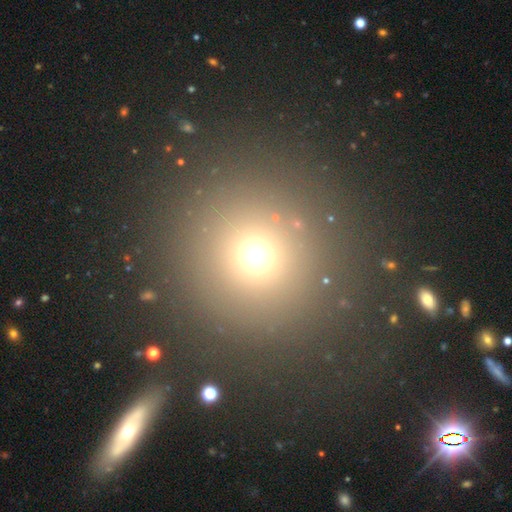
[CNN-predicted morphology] Overall: smooth (67%). How rounded: round (95%). Merging: none (85%).